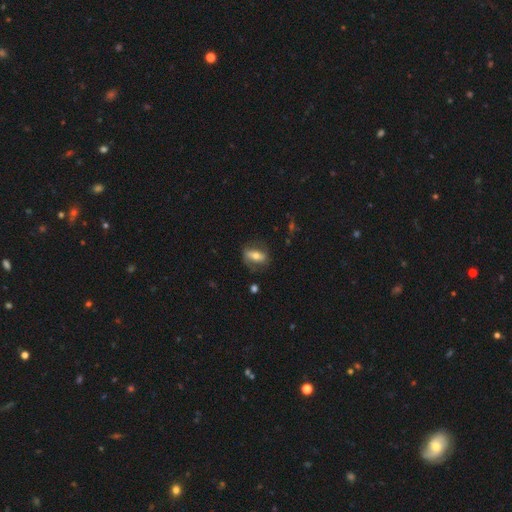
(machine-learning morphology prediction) featured or disk 48%, smooth 45%, star or artifact 8%. Down the decision tree: merging — none (69%).